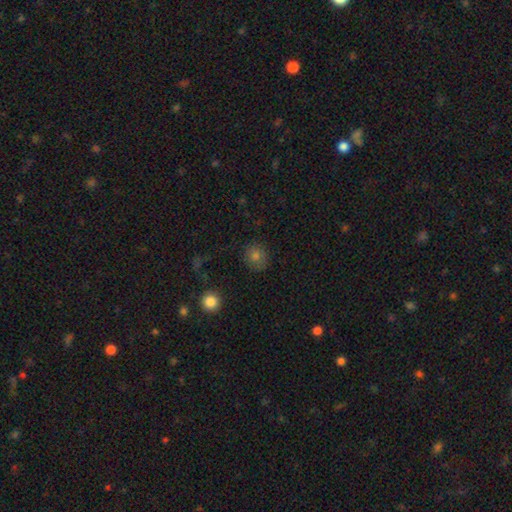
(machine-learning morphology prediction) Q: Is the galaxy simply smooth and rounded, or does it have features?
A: smooth — 76%.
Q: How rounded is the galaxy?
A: round — 87%.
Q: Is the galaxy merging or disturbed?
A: none — 85%.